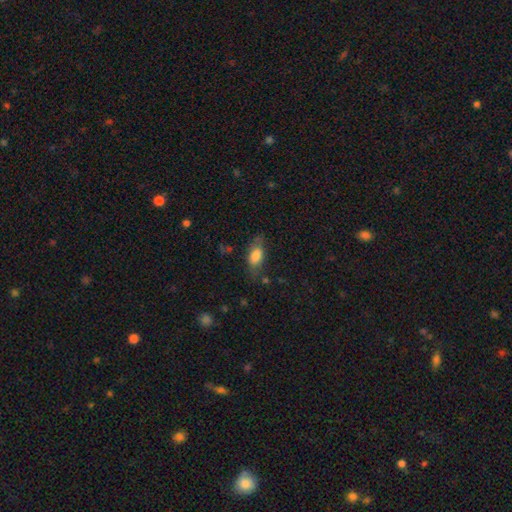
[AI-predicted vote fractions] Smooth or featured? Predicted: smooth (p=0.75). How rounded? Predicted: in between (p=0.83). Merging? Predicted: none (p=0.62).